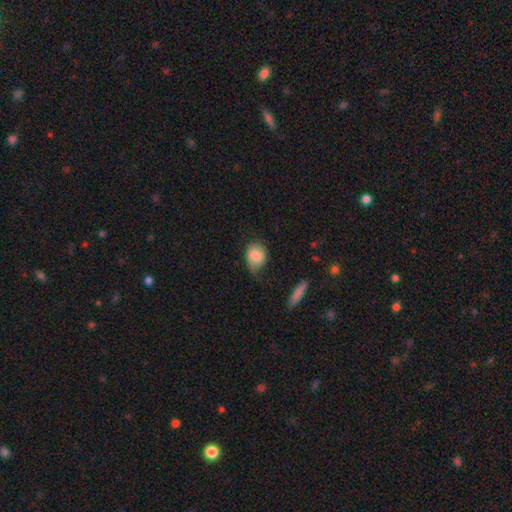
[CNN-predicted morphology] Smooth or featured: smooth — 79% (featured or disk — 14%)
How rounded: in between — 54% (round — 45%)
Merging: none — 48% (minor disturbance — 36%)